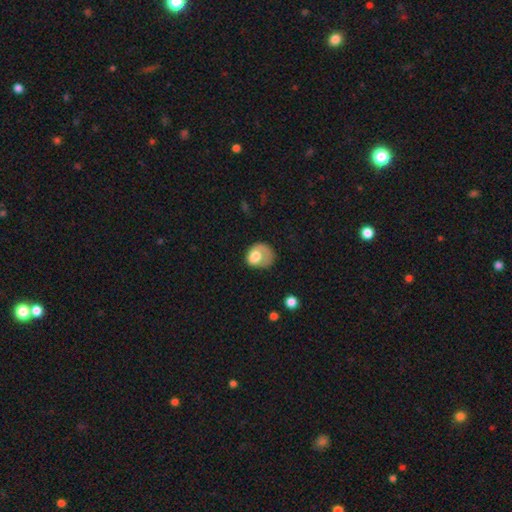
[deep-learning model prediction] smooth 70%, featured or disk 23%, star or artifact 8%. Down the decision tree: how rounded — round (57%); merging — major disturbance (34%).